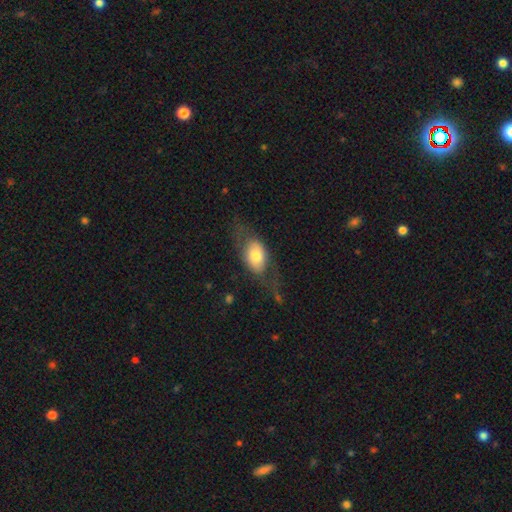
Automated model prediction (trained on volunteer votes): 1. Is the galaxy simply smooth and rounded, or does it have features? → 63% smooth, 31% featured or disk, 6% star or artifact.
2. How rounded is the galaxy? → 84% in between, 13% round, 3% cigar-shaped.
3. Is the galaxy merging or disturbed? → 52% none, 25% major disturbance, 21% minor disturbance, 2% merger.